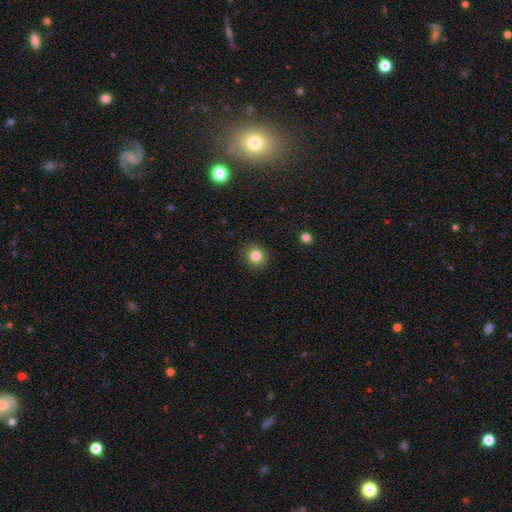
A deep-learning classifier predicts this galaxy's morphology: A smooth galaxy with no disk features (83%) that is round (80%).

Vote fractions:
- Smooth or featured? smooth: 83% / star or artifact: 11% / featured or disk: 6%
- How rounded? round: 80% / in between: 20% / cigar-shaped: 1%
- Merging? none: 89% / minor disturbance: 8% / major disturbance: 2% / merger: 1%